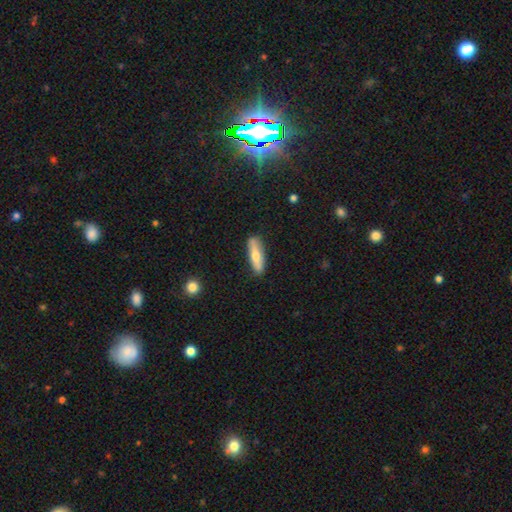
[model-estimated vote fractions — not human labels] Smooth or featured: smooth — 61% (featured or disk — 34%)
How rounded: cigar-shaped — 61% (in between — 36%)
Merging: none — 86% (minor disturbance — 10%)